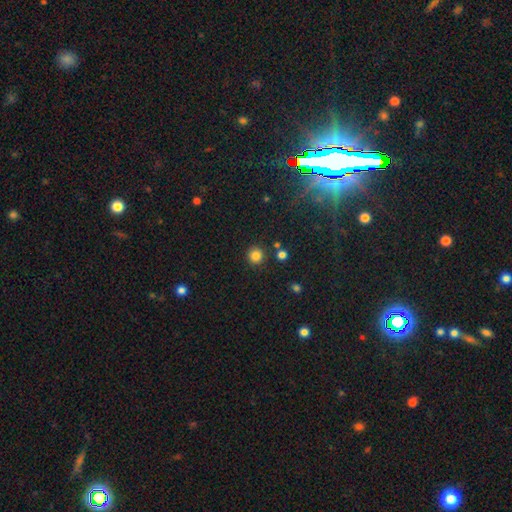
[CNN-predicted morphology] smooth_or_featured: smooth (p=0.83) [alt: star or artifact p=0.13]
how_rounded: round (p=0.94) [alt: in between p=0.05]
merging: none (p=0.87) [alt: minor disturbance p=0.06]